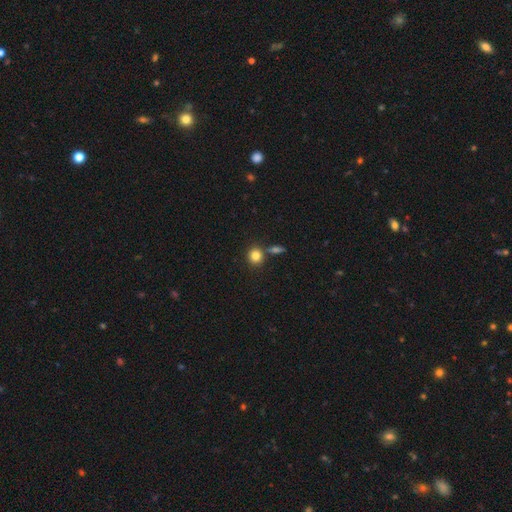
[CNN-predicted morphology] Overall: smooth (83%). How rounded: round (84%). Merging: none (72%).